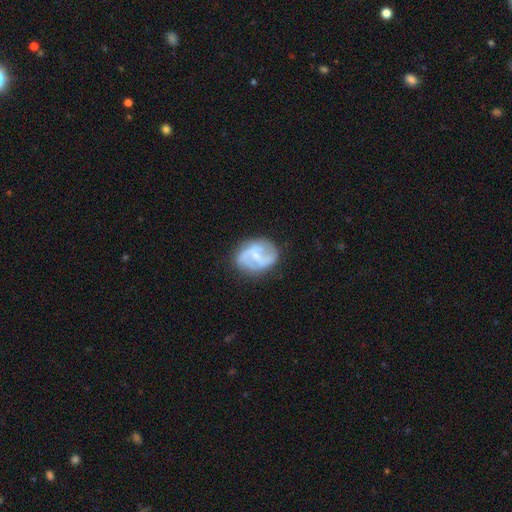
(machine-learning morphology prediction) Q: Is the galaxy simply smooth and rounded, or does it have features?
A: featured or disk — 67%.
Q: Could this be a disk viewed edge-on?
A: no — 97%.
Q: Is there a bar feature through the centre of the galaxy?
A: weak — 48%.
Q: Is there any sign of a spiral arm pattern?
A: yes — 77%.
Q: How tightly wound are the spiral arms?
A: medium — 42%.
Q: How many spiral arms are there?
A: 2 — 61%.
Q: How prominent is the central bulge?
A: small — 51%.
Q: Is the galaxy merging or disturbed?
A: none — 66%.